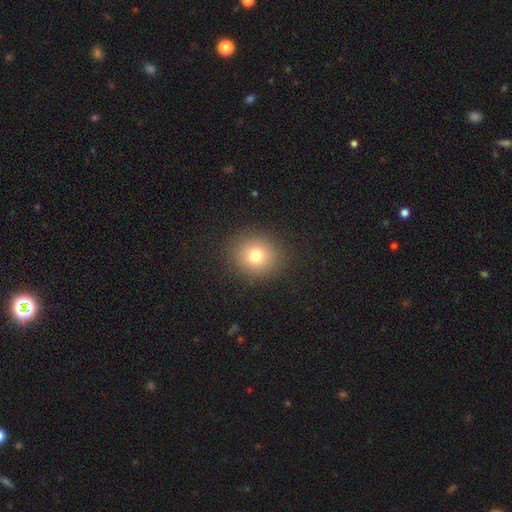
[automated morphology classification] A smooth galaxy with no disk features (77%) that is round (86%). Merging: none (90%).